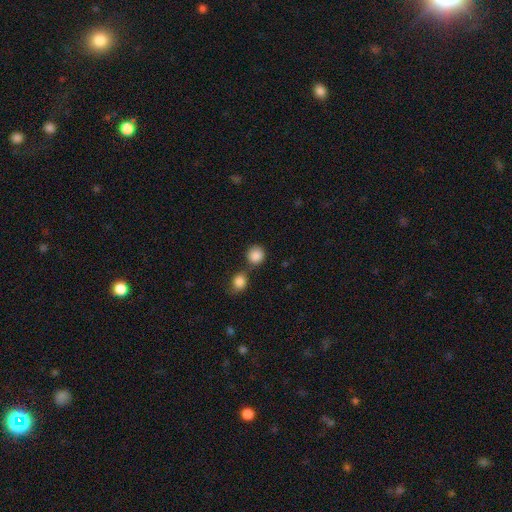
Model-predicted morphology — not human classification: Smooth or featured: smooth — 87% (star or artifact — 9%)
How rounded: round — 89% (in between — 10%)
Merging: none — 66% (merger — 21%)